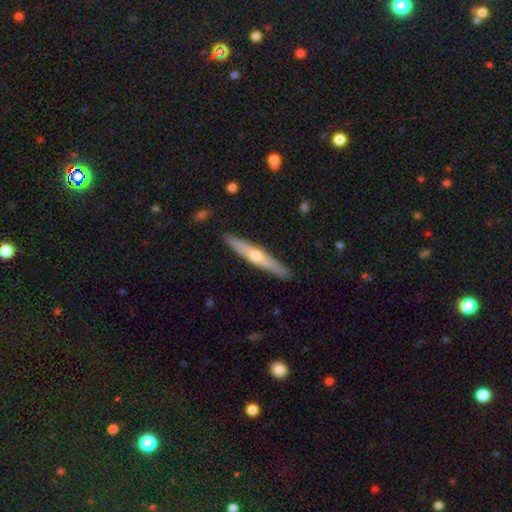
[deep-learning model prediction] featured or disk 58%, smooth 37%, star or artifact 6%. Down the decision tree: edge-on disk — yes (95%); edge-on bulge — rounded (84%); merging — none (91%).